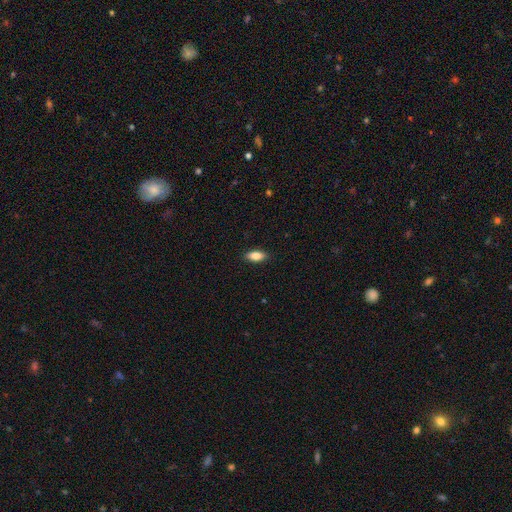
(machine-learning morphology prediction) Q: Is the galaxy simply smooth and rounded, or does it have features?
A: smooth — 84%.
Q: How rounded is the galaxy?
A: in between — 83%.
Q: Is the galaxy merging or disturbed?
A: none — 88%.